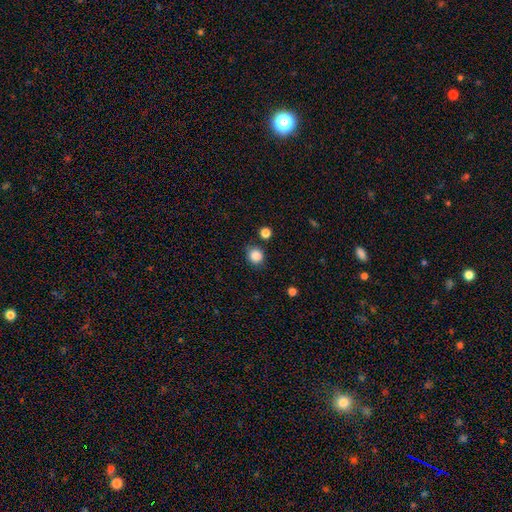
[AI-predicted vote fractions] Morphology: type=smooth (86%); roundness=round (85%); merging=none (81%).